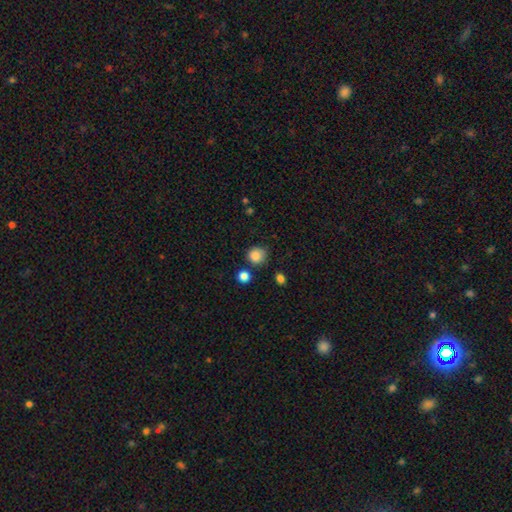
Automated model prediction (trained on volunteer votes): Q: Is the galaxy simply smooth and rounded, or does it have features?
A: smooth — 85%.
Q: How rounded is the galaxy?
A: round — 89%.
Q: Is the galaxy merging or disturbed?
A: none — 74%.